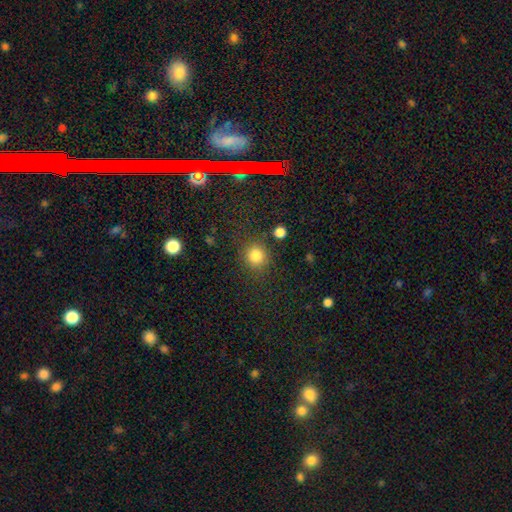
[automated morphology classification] Overall: smooth (82%). How rounded: round (84%). Merging: none (80%).